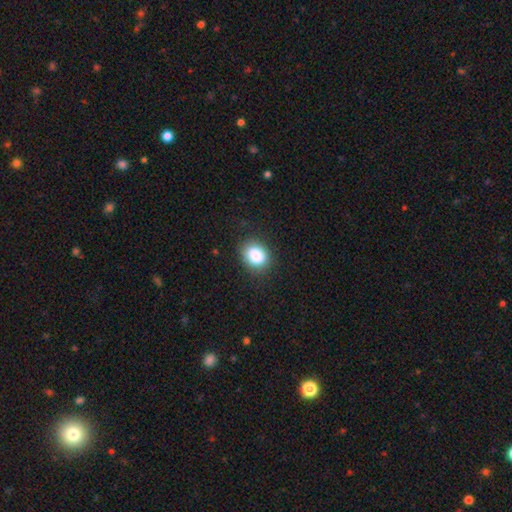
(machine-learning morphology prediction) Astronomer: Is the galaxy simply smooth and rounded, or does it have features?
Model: smooth — 86%.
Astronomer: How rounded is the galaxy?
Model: round — 51% (runner-up: in between, 48%).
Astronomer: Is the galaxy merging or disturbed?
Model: none — 86%.